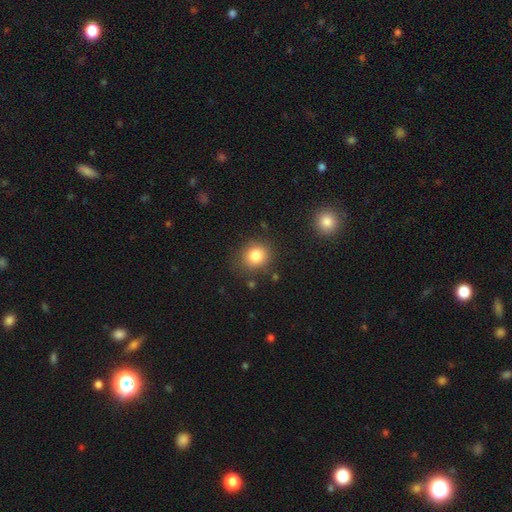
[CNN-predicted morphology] smooth 83%, star or artifact 11%, featured or disk 7%. Down the decision tree: how rounded — round (79%); merging — none (82%).